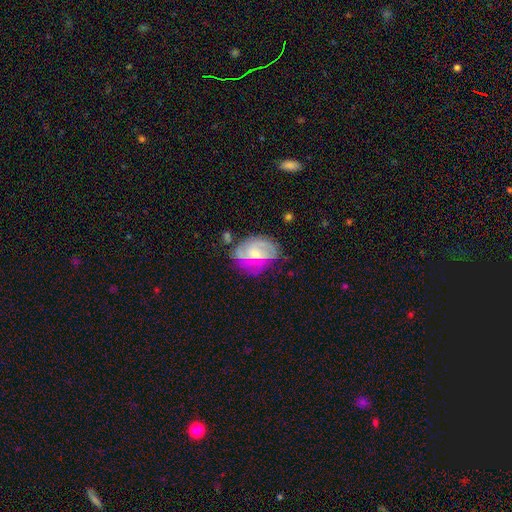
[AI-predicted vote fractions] Smooth or featured: featured or disk — 74% (smooth — 17%)
Edge-on disk: no — 97% (yes — 3%)
Bar: weak — 43% (no — 42%)
Spiral arms: yes — 86% (no — 14%)
Spiral winding: tight — 47% (medium — 38%)
Spiral arm count: can't tell — 33% (2 — 32%)
Bulge size: moderate — 52% (small — 43%)
Merging: none — 60% (minor disturbance — 23%)